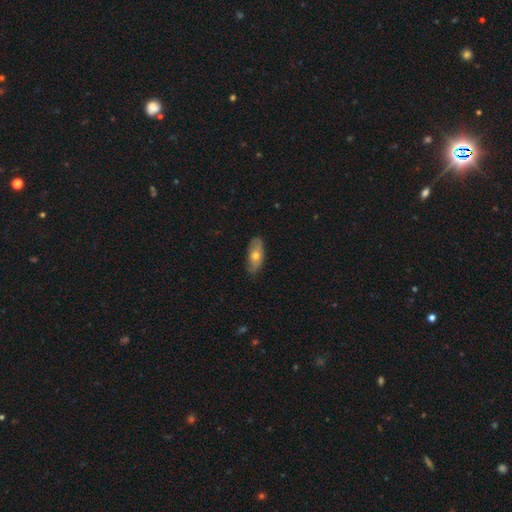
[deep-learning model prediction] A smooth galaxy with no disk features (57%) that is in between round and cigar-shaped (77%).

Vote fractions:
- Smooth or featured? smooth: 57% / featured or disk: 36% / star or artifact: 6%
- How rounded? in between: 77% / cigar-shaped: 19% / round: 3%
- Merging? none: 80% / minor disturbance: 16% / major disturbance: 3% / merger: 1%